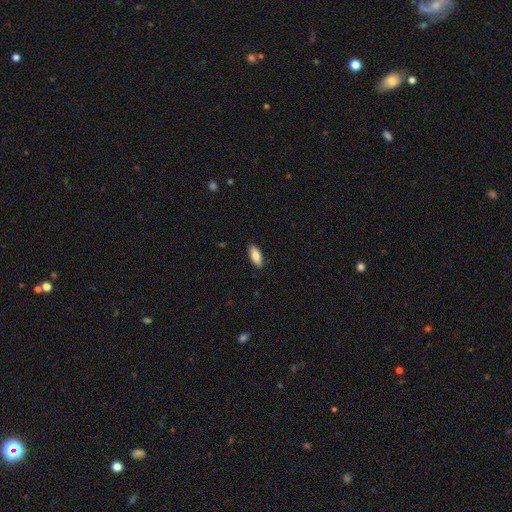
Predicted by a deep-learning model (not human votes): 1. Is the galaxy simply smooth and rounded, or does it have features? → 83% smooth, 11% featured or disk, 6% star or artifact.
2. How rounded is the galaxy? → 86% in between, 12% cigar-shaped, 2% round.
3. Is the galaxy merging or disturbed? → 88% none, 9% minor disturbance, 2% major disturbance, 1% merger.